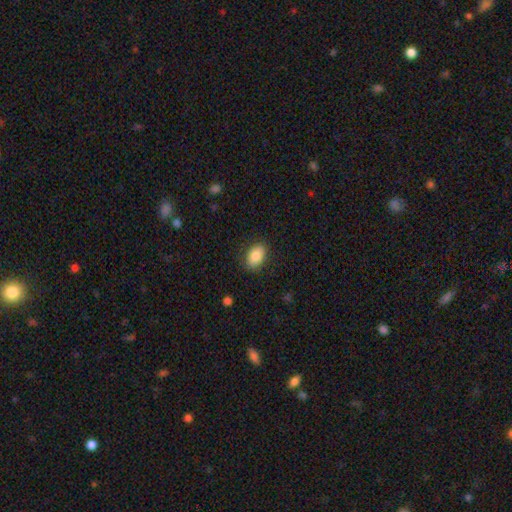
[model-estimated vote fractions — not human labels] A smooth galaxy with no disk features (84%) that is in between round and cigar-shaped (87%). Merging: none (84%).